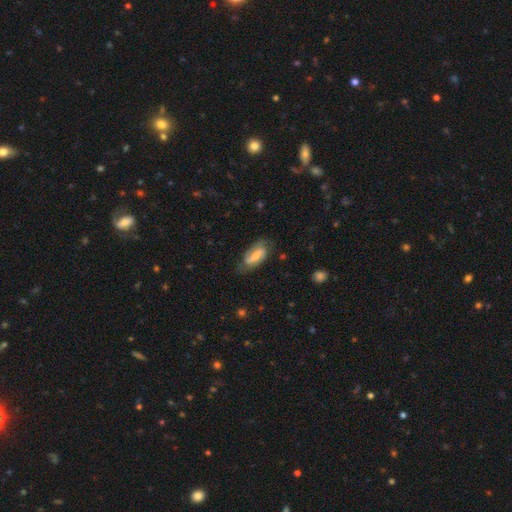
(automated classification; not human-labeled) Smooth or featured? Predicted: featured or disk (p=0.66). Edge-on disk? Predicted: no (p=0.93). Bar? Predicted: strong (p=0.48). Spiral arms? Predicted: yes (p=0.88). Spiral winding? Predicted: medium (p=0.40). Spiral arm count? Predicted: 2 (p=0.85). Bulge size? Predicted: small (p=0.48). Merging? Predicted: none (p=0.70).